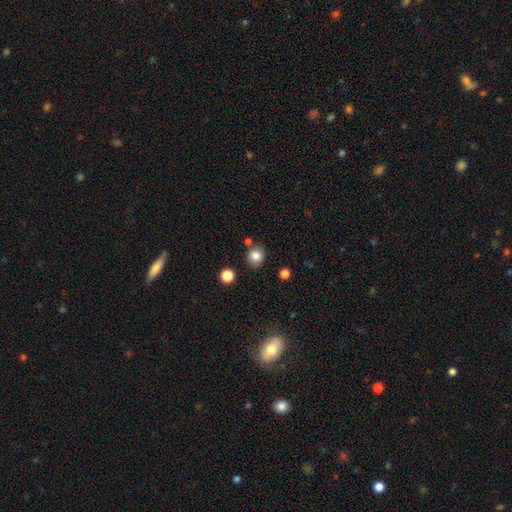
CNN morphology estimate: Smooth or featured? Predicted: smooth (p=0.84). How rounded? Predicted: round (p=0.89). Merging? Predicted: none (p=0.79).